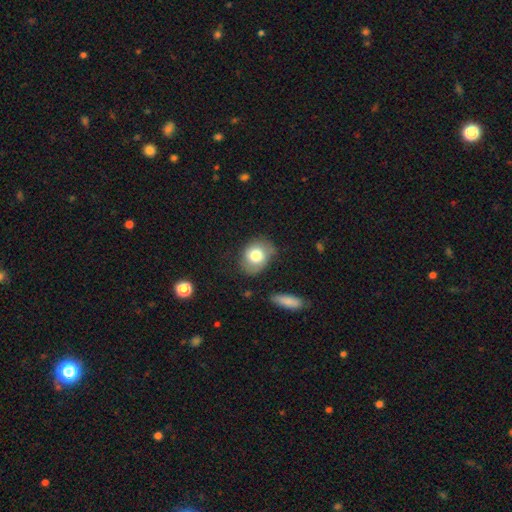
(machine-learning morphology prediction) smooth-or-featured: smooth: 76% | featured or disk: 16% | star or artifact: 8%
  how-rounded: round: 54% | in between: 45% | cigar-shaped: 1%
  merging: none: 69% | minor disturbance: 22% | major disturbance: 6% | merger: 3%